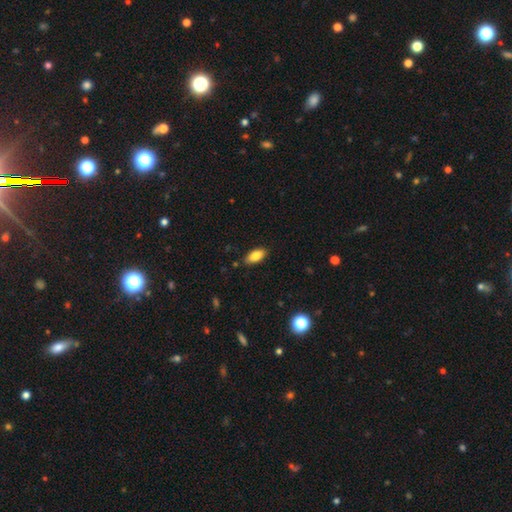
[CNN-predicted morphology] A smooth galaxy with no disk features (84%) that is in between round and cigar-shaped (87%). Merging: none (84%).